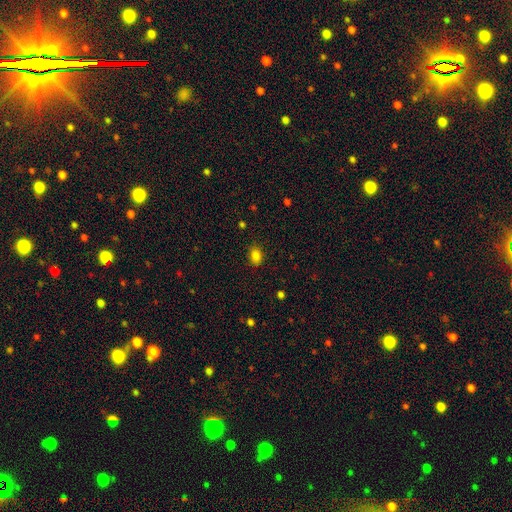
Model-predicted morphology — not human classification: Smooth or featured?
  - smooth: 83% *
  - star or artifact: 12%
  - featured or disk: 4%
How rounded?
  - in between: 70% *
  - round: 29%
  - cigar-shaped: 1%
Merging?
  - none: 86% *
  - minor disturbance: 10%
  - major disturbance: 3%
  - merger: 1%